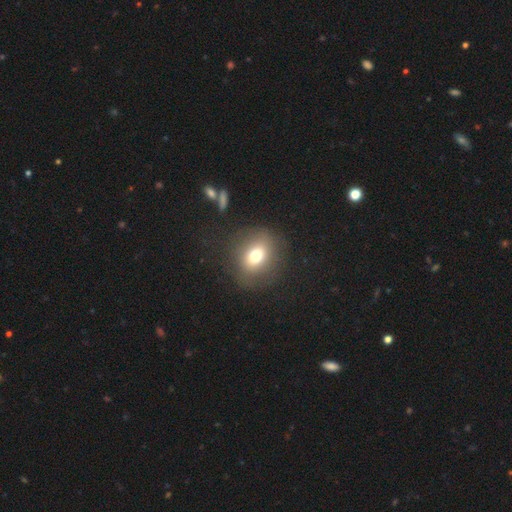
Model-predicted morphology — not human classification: A smooth galaxy with no disk features (72%) that is round (67%).

Vote fractions:
- Smooth or featured? smooth: 72% / featured or disk: 15% / star or artifact: 13%
- How rounded? round: 67% / in between: 32% / cigar-shaped: 1%
- Merging? none: 80% / minor disturbance: 11% / major disturbance: 7% / merger: 2%